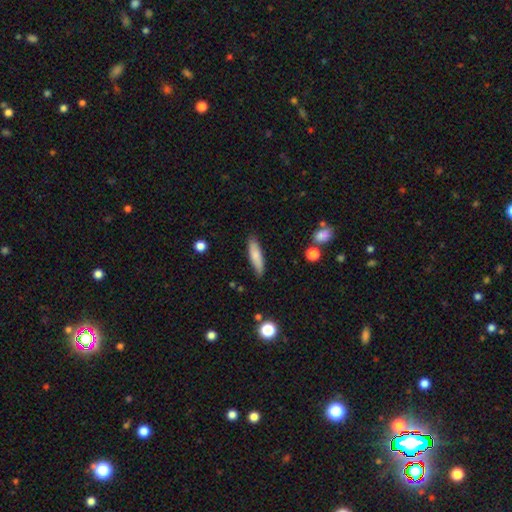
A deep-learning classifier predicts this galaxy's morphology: A smooth galaxy with no disk features (77%) that is cigar-shaped (70%). Merging: none (84%).